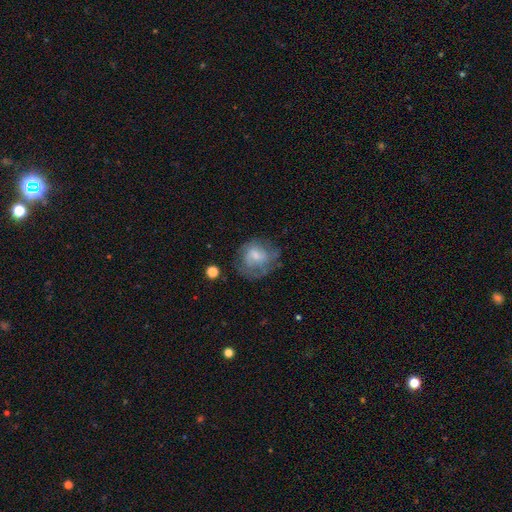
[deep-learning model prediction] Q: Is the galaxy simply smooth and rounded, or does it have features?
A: smooth — 47%.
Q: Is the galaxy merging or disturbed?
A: none — 50%.